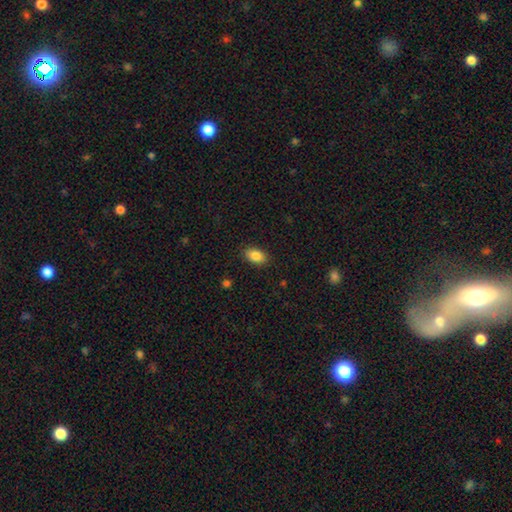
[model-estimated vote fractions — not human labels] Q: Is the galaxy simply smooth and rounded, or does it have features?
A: smooth — 85%.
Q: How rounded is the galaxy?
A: in between — 89%.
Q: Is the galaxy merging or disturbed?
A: none — 88%.